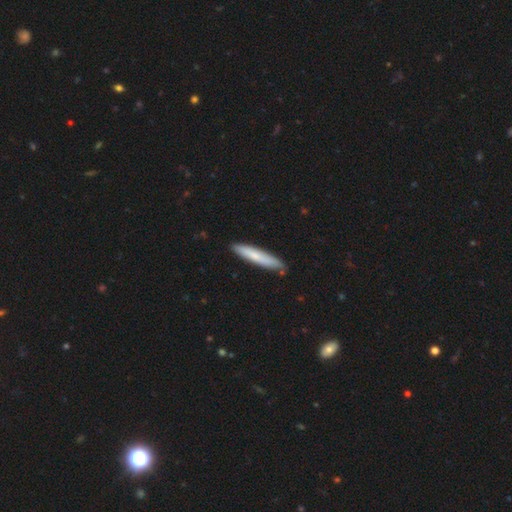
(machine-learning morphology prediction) A smooth galaxy with no disk features (69%) that is cigar-shaped (92%). Merging: none (81%).